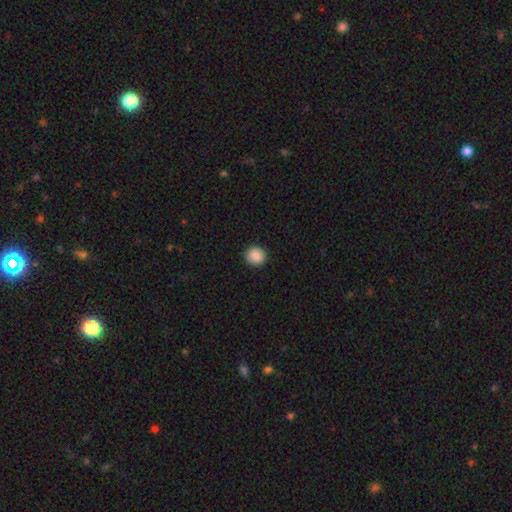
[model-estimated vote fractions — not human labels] Smooth or featured: smooth — 88% (star or artifact — 8%)
How rounded: round — 88% (in between — 11%)
Merging: none — 91% (minor disturbance — 6%)